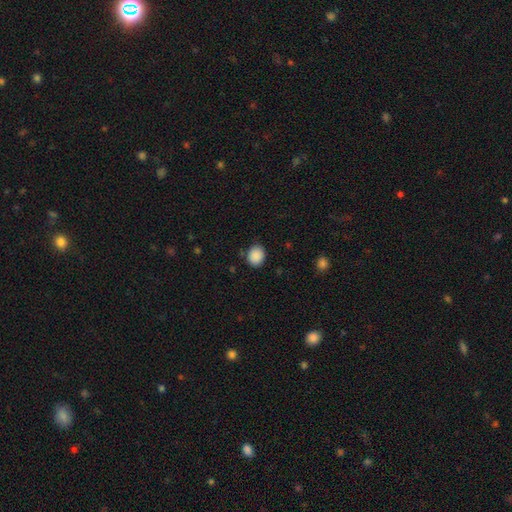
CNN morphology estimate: Smooth or featured? Predicted: smooth (p=0.89). How rounded? Predicted: round (p=0.62). Merging? Predicted: none (p=0.84).